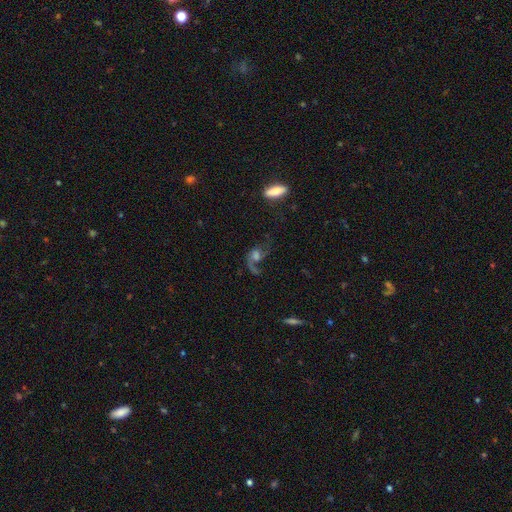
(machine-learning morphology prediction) This is likely a featured or disk galaxy (72%). It is clearly not viewed edge-on (96%). Bar: likely no (62%). Spiral arm pattern: clearly yes (90%). Spiral arm count: likely 2 (65%). Spiral winding: likely loose (73%). Central bulge: marginally moderate (40%). Merging: possibly none (45%).